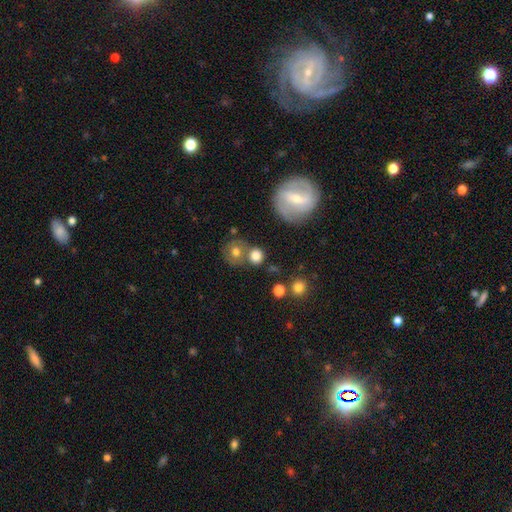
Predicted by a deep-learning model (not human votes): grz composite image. It shows a smooth galaxy with no disk features (76%) that is round (83%). Merging: none (60%).